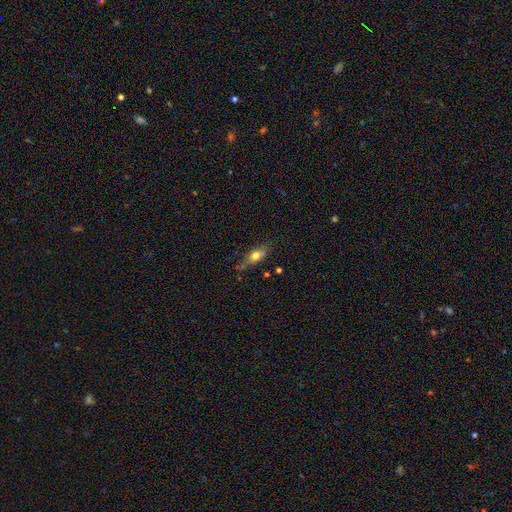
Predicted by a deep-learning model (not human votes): Smooth or featured?
  - smooth: 65% *
  - featured or disk: 25%
  - star or artifact: 10%
How rounded?
  - in between: 66% *
  - cigar-shaped: 24%
  - round: 10%
Merging?
  - none: 66% *
  - minor disturbance: 22%
  - merger: 6%
  - major disturbance: 6%